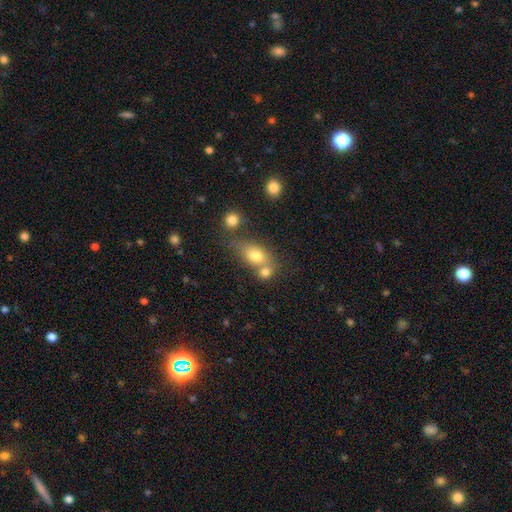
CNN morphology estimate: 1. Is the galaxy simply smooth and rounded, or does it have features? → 77% smooth, 13% featured or disk, 10% star or artifact.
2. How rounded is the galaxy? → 73% in between, 23% round, 4% cigar-shaped.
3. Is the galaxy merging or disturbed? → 42% merger, 40% none, 13% minor disturbance, 6% major disturbance.